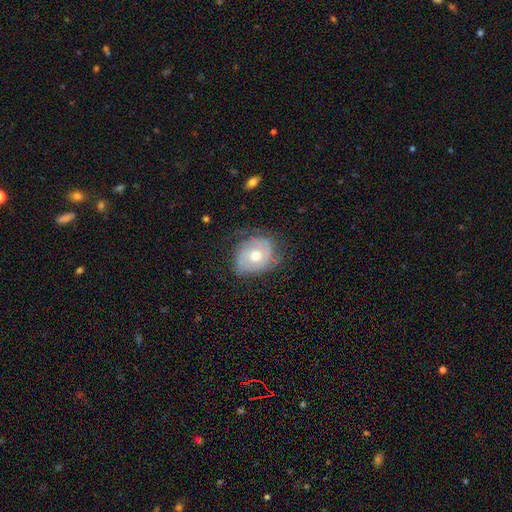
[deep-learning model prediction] Smooth or featured?
  - featured or disk: 68% *
  - smooth: 25%
  - star or artifact: 7%
Edge-on disk?
  - no: 96% *
  - yes: 4%
Bar?
  - no: 80% *
  - weak: 16%
  - strong: 3%
Spiral arms?
  - yes: 82% *
  - no: 18%
Spiral winding?
  - tight: 60% *
  - medium: 29%
  - loose: 11%
Spiral arm count?
  - 2: 41% *
  - can't tell: 32%
  - 3: 15%
  - 1: 6%
  - 4: 4%
  - more than 4: 3%
Bulge size?
  - moderate: 73% *
  - small: 22%
  - large: 4%
  - none: 1%
  - dominant: 1%
Merging?
  - none: 68% *
  - minor disturbance: 22%
  - major disturbance: 8%
  - merger: 1%